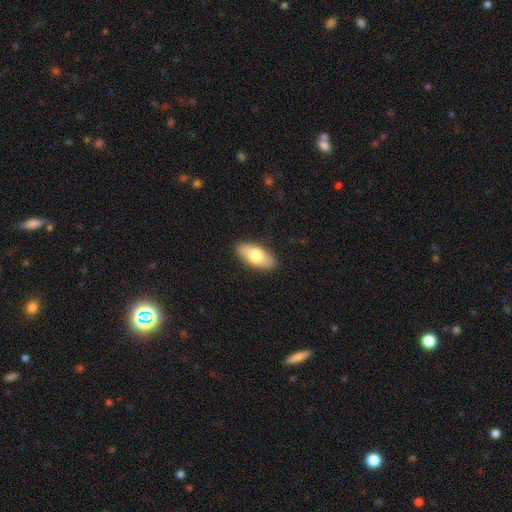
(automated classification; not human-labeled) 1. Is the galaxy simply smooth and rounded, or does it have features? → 71% smooth, 23% featured or disk, 5% star or artifact.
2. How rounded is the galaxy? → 88% in between, 9% cigar-shaped, 3% round.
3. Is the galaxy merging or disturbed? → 89% none, 8% minor disturbance, 2% major disturbance, 1% merger.